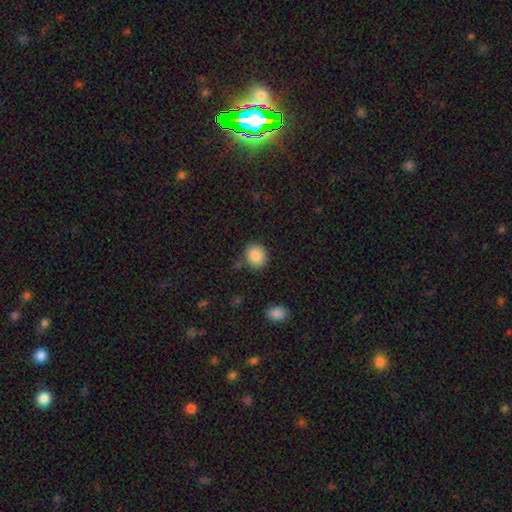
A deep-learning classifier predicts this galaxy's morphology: smooth_or_featured: smooth (p=0.88) [alt: star or artifact p=0.08]
how_rounded: round (p=0.68) [alt: in between p=0.31]
merging: none (p=0.82) [alt: minor disturbance p=0.11]